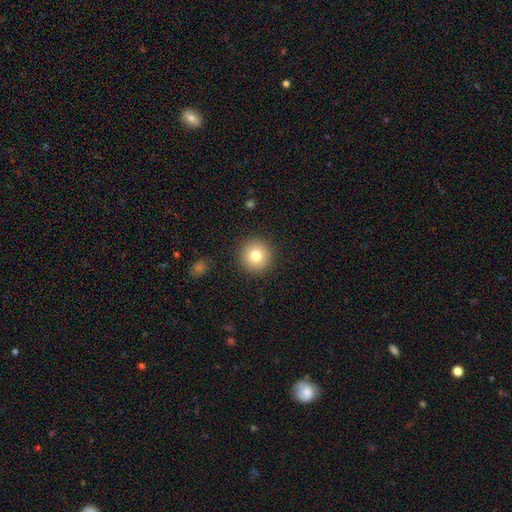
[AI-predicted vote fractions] smooth 78%, featured or disk 11%, star or artifact 11%. Down the decision tree: how rounded — round (96%); merging — none (91%).